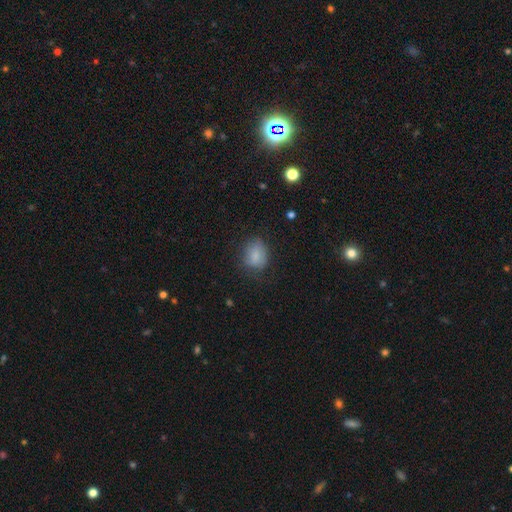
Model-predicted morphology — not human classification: Smooth or featured?
  - smooth: 80% *
  - featured or disk: 11%
  - star or artifact: 9%
How rounded?
  - in between: 52% *
  - round: 47%
  - cigar-shaped: 1%
Merging?
  - none: 67% *
  - minor disturbance: 23%
  - major disturbance: 9%
  - merger: 1%